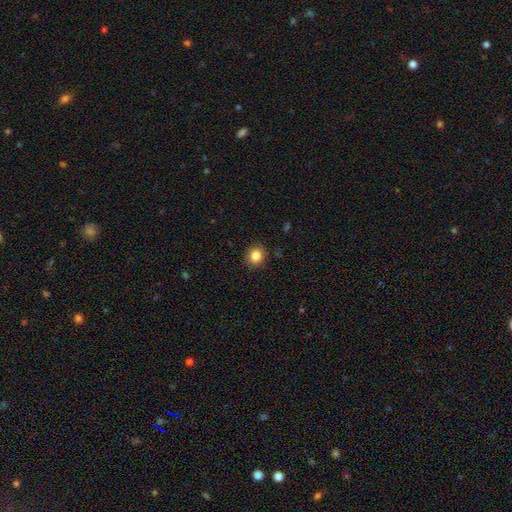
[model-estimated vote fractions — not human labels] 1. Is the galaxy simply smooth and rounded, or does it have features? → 85% smooth, 10% star or artifact, 5% featured or disk.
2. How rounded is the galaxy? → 81% round, 18% in between, 1% cigar-shaped.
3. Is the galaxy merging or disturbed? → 89% none, 8% minor disturbance, 2% major disturbance, 1% merger.